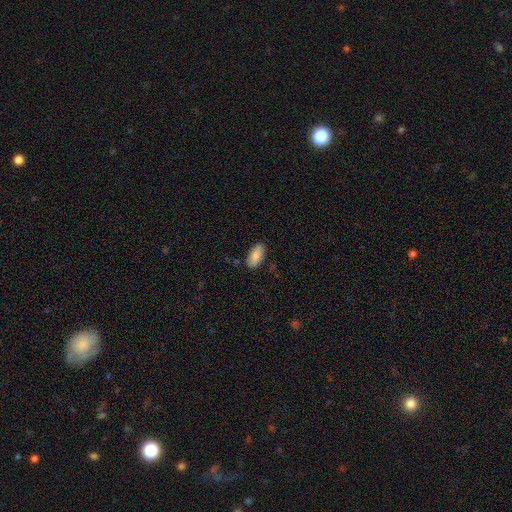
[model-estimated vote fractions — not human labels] smooth 85%, featured or disk 9%, star or artifact 6%. Down the decision tree: how rounded — in between (91%); merging — none (84%).